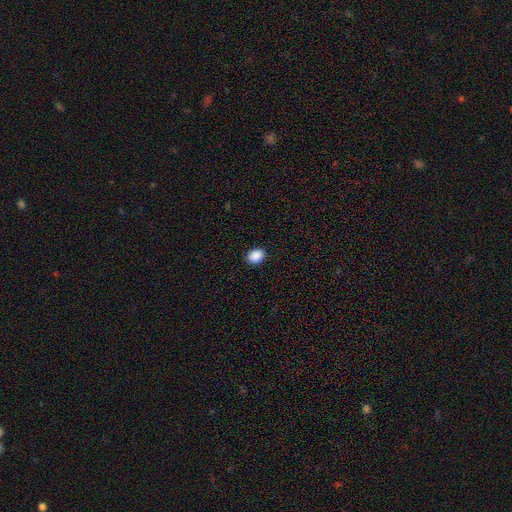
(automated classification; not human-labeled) Smooth or featured: smooth — 90% (star or artifact — 8%)
How rounded: in between — 70% (round — 29%)
Merging: none — 91% (minor disturbance — 7%)